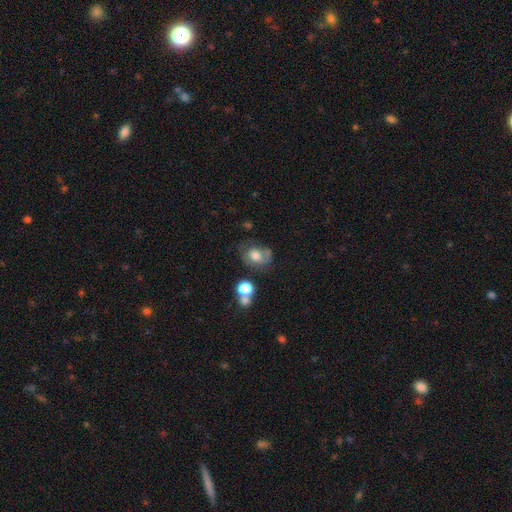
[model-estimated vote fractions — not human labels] Smooth or featured?
  - smooth: 57% *
  - featured or disk: 33%
  - star or artifact: 10%
How rounded?
  - in between: 62% *
  - round: 36%
  - cigar-shaped: 1%
Merging?
  - none: 47% *
  - minor disturbance: 26%
  - major disturbance: 17%
  - merger: 10%